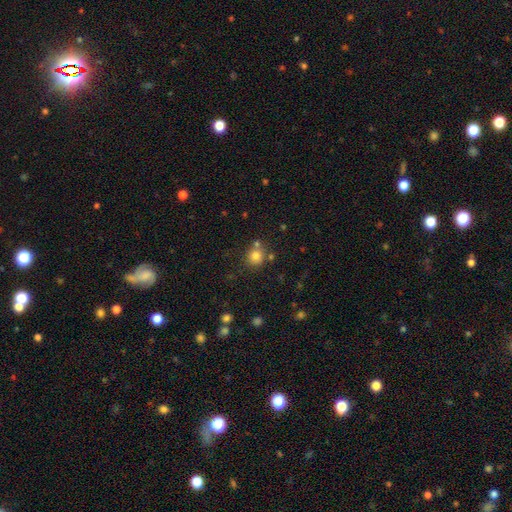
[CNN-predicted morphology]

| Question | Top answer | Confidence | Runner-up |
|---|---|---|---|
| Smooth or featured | smooth | 79% | star or artifact (14%) |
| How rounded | round | 84% | in between (15%) |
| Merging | none | 69% | merger (15%) |